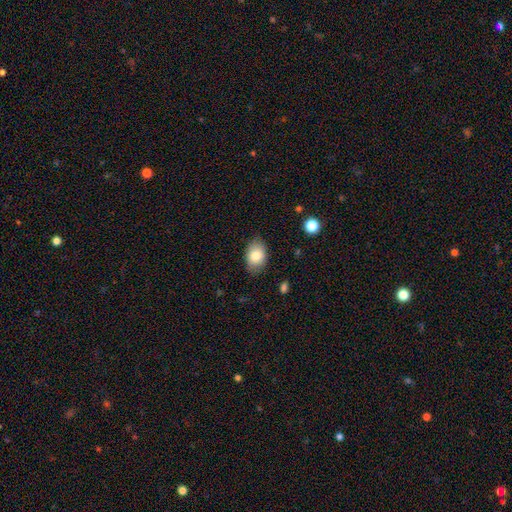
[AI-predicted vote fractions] Smooth or featured? Predicted: smooth (p=0.82). How rounded? Predicted: in between (p=0.84). Merging? Predicted: none (p=0.80).